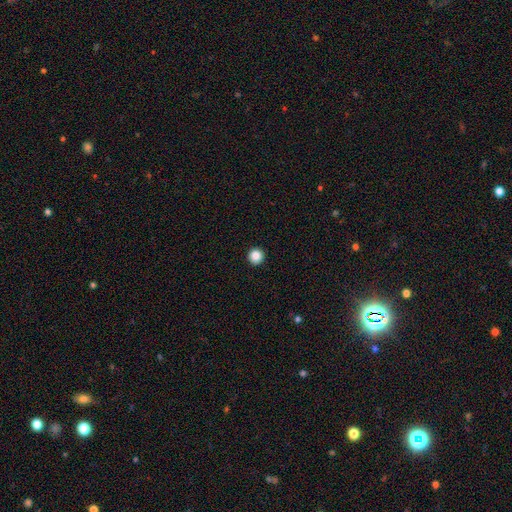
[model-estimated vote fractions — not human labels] smooth-or-featured: smooth: 87% | star or artifact: 10% | featured or disk: 3%
  how-rounded: round: 96% | in between: 3% | cigar-shaped: 1%
  merging: none: 94% | minor disturbance: 4% | major disturbance: 1% | merger: 1%